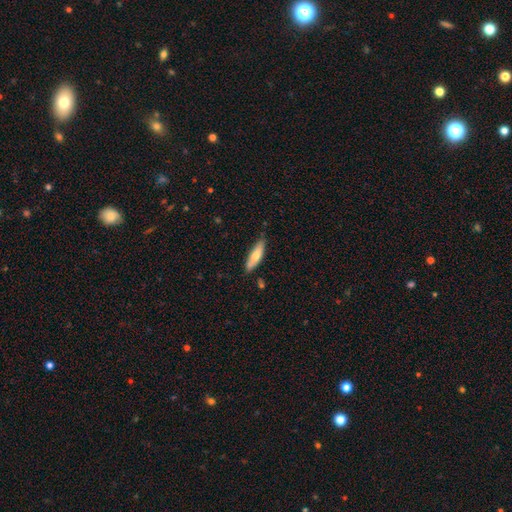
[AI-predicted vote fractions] Overall: smooth (66%; featured or disk 28%). How rounded: cigar-shaped (58%; in between 40%). Merging: none (77%).